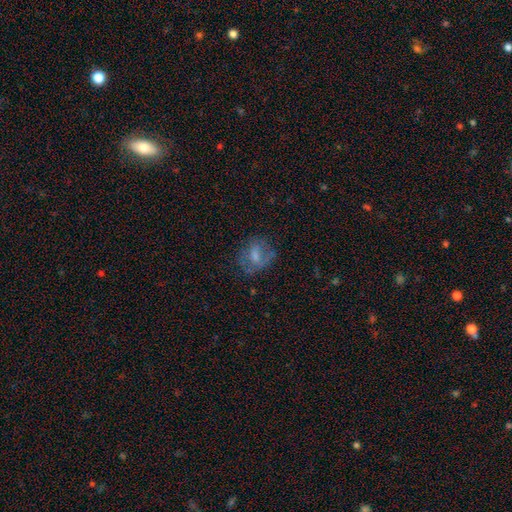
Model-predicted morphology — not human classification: Smooth or featured? Predicted: smooth (p=0.51). How rounded? Predicted: in between (p=0.50). Merging? Predicted: none (p=0.52).